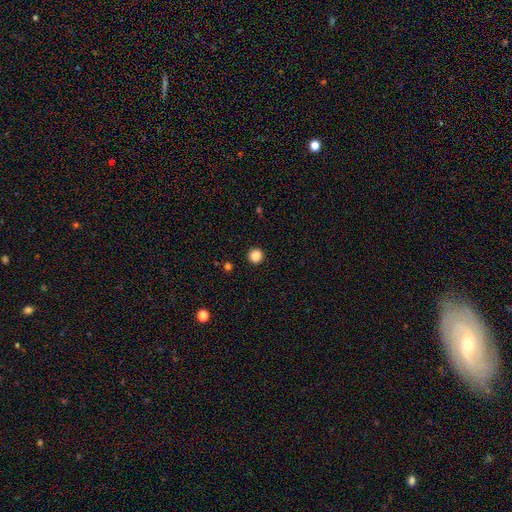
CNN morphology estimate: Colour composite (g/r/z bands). It shows a smooth galaxy with no disk features (87%) that is round (94%). Merging: none (92%).